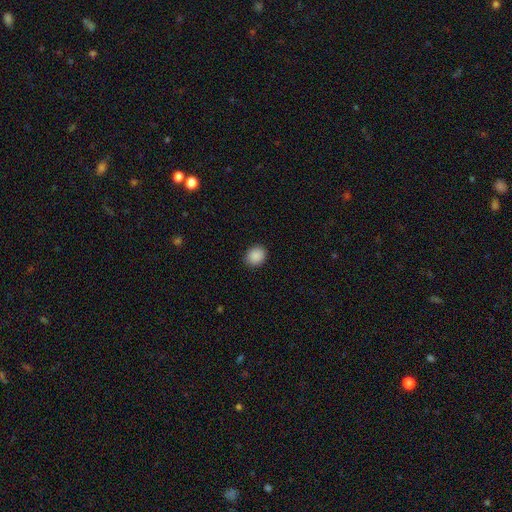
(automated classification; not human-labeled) Q: Smooth or featured?
A: smooth (89%); runner-up: star or artifact (8%)
Q: How rounded?
A: round (67%); runner-up: in between (32%)
Q: Merging?
A: none (89%); runner-up: minor disturbance (8%)